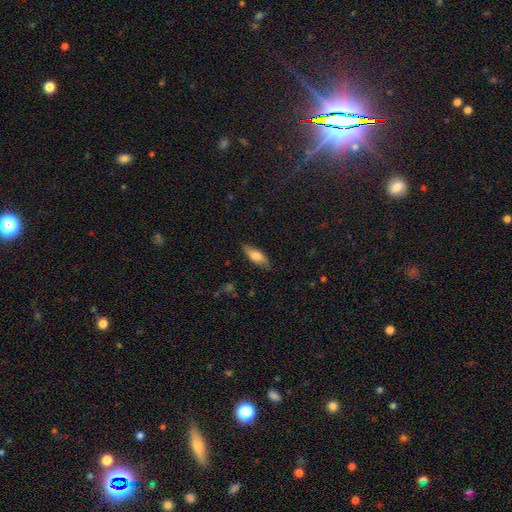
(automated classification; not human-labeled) A smooth galaxy with no disk features (72%) that is in between round and cigar-shaped (71%).

Vote fractions:
- Smooth or featured? smooth: 72% / featured or disk: 22% / star or artifact: 6%
- How rounded? in between: 71% / cigar-shaped: 27% / round: 2%
- Merging? none: 80% / minor disturbance: 16% / major disturbance: 3% / merger: 1%